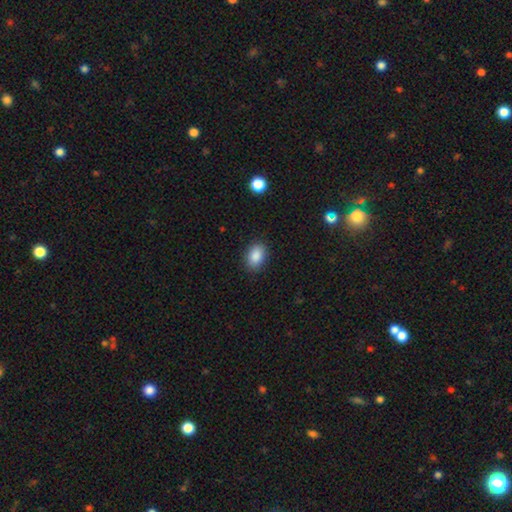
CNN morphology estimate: Smooth or featured: smooth — 88% (star or artifact — 8%)
How rounded: in between — 83% (round — 16%)
Merging: none — 88% (minor disturbance — 9%)